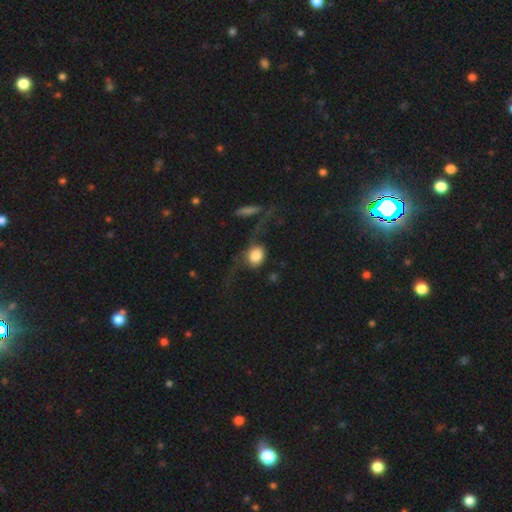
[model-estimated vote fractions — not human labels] Morphology: type=smooth (72%); roundness=round (61%); merging=major disturbance (40%).